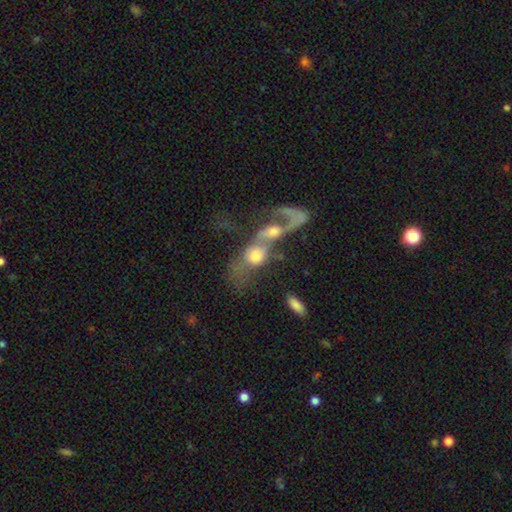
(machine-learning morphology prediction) Overall: featured or disk (49%; smooth 40%). Merging: merger (76%).